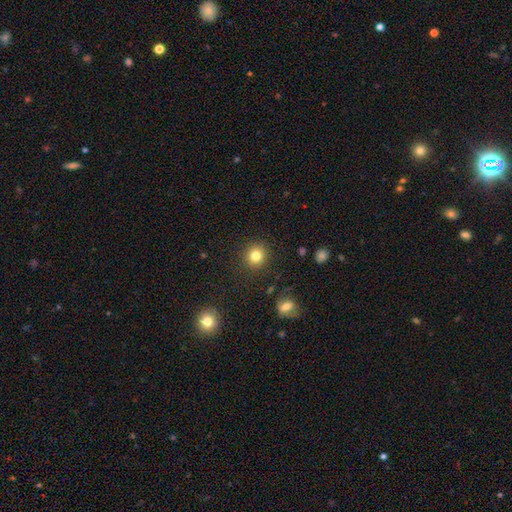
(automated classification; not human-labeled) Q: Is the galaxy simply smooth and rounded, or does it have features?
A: smooth — 82%.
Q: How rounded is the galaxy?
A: round — 88%.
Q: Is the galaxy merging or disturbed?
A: none — 89%.